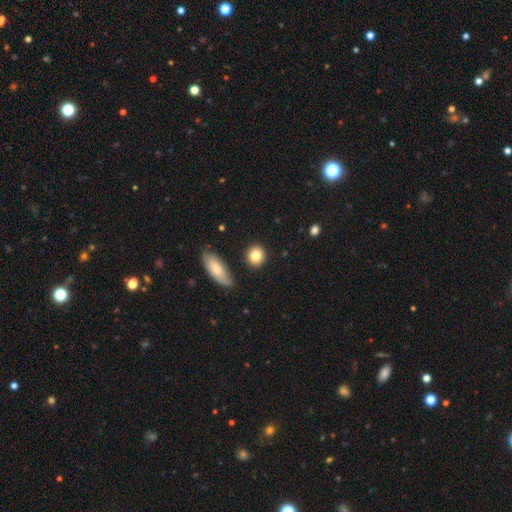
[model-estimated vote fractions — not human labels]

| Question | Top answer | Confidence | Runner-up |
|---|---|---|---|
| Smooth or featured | smooth | 82% | featured or disk (10%) |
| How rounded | round | 79% | in between (19%) |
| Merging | none | 87% | minor disturbance (8%) |